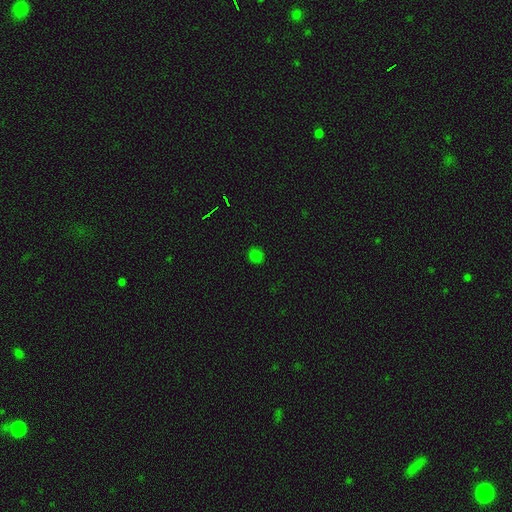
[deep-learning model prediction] Morphology: type=smooth (76%); roundness=round (86%); merging=none (88%).